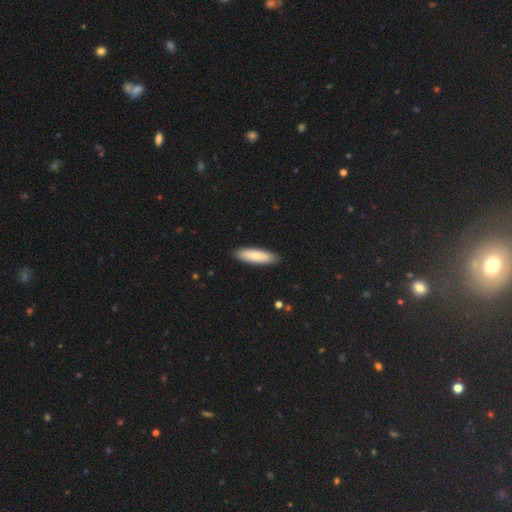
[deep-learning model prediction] Q: Smooth or featured?
A: smooth (83%); runner-up: featured or disk (12%)
Q: How rounded?
A: cigar-shaped (61%); runner-up: in between (38%)
Q: Merging?
A: none (90%); runner-up: minor disturbance (8%)